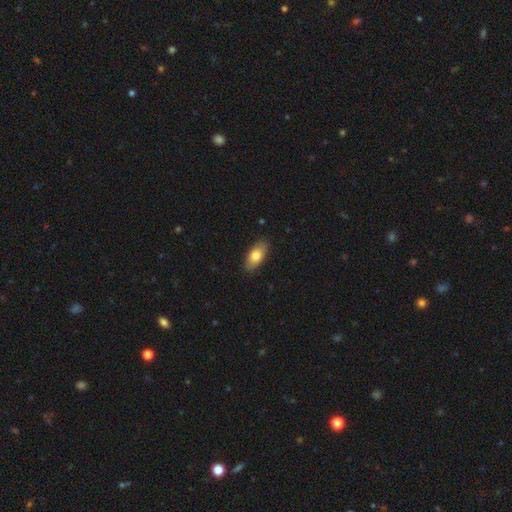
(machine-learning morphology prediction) This is likely a smooth galaxy (78%). How rounded: clearly in between (88%). Merging: clearly none (88%).